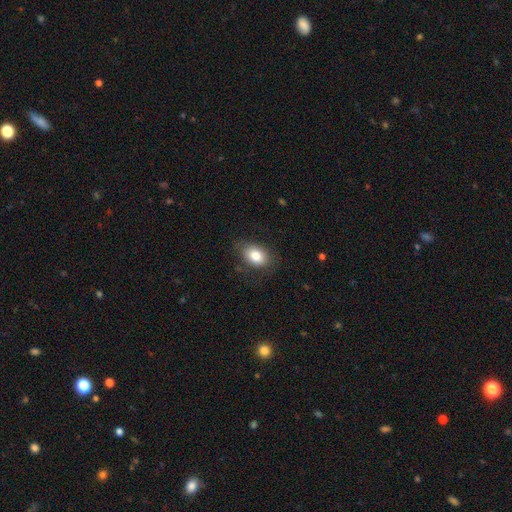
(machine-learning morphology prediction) Smooth or featured: smooth — 81% (featured or disk — 10%)
How rounded: in between — 79% (round — 20%)
Merging: none — 79% (minor disturbance — 15%)